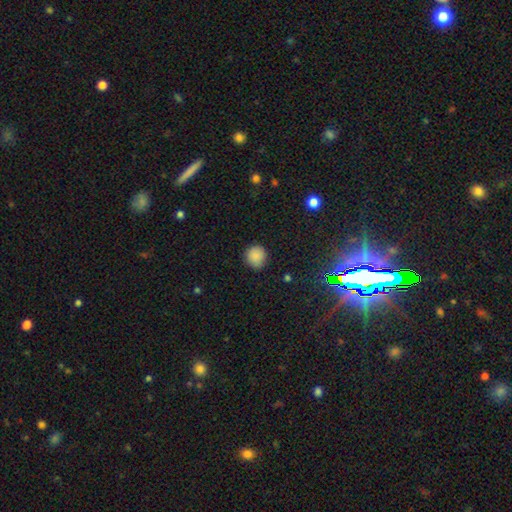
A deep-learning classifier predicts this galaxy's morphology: Overall: smooth (87%). How rounded: round (91%). Merging: none (86%).